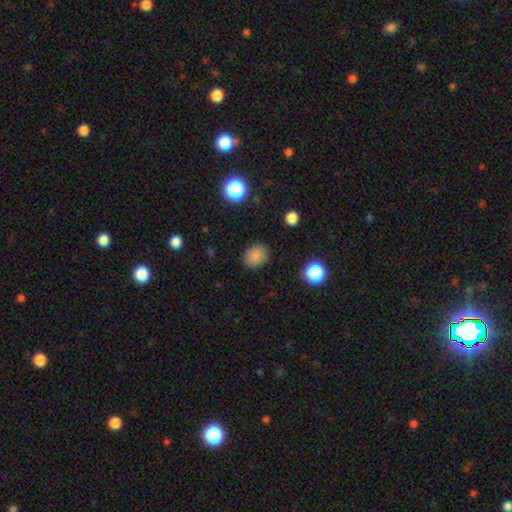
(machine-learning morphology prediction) Smooth or featured? Predicted: smooth (p=0.84). How rounded? Predicted: round (p=0.60). Merging? Predicted: none (p=0.88).